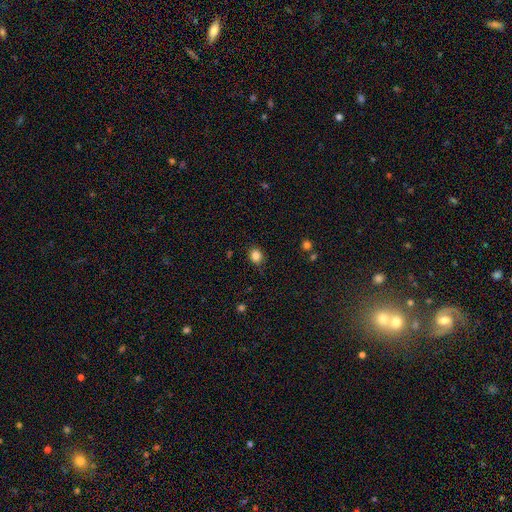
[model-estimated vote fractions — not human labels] smooth_or_featured: smooth (p=0.85) [alt: star or artifact p=0.11]
how_rounded: round (p=0.64) [alt: in between p=0.35]
merging: none (p=0.85) [alt: minor disturbance p=0.11]